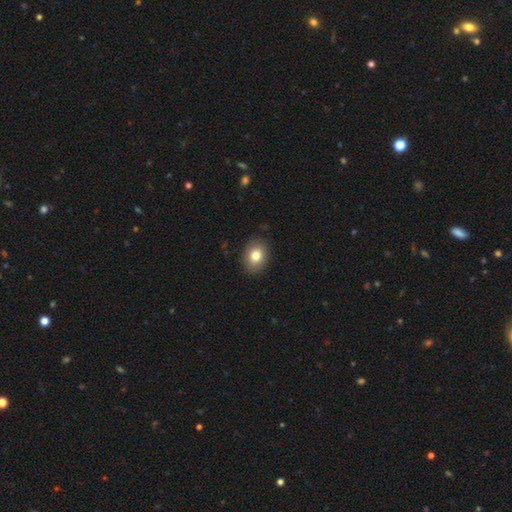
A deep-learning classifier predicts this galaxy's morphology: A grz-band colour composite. It shows a smooth galaxy with no disk features (80%) that is in between round and cigar-shaped (55%). Merging: none (89%).